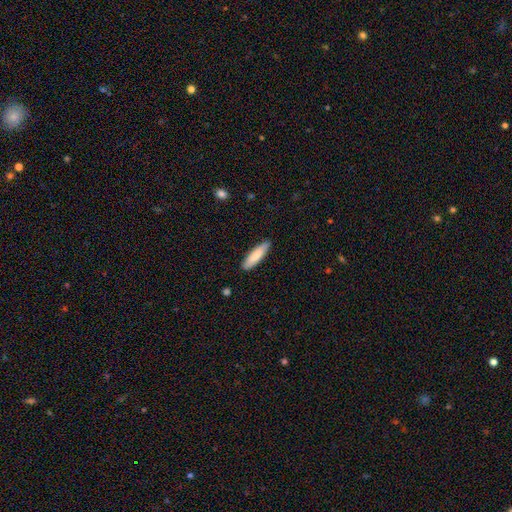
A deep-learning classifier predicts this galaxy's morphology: Q: Smooth or featured?
A: smooth (84%); runner-up: featured or disk (11%)
Q: How rounded?
A: cigar-shaped (68%); runner-up: in between (30%)
Q: Merging?
A: none (87%); runner-up: minor disturbance (10%)